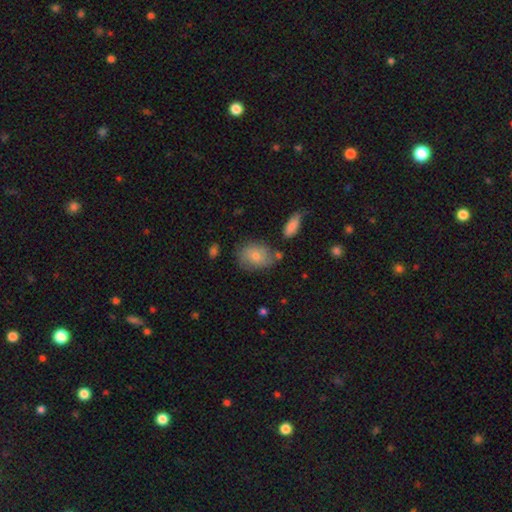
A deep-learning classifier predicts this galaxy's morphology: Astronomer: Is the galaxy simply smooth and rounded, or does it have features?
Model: smooth — 66%.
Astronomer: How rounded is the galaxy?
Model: in between — 54% (runner-up: round, 44%).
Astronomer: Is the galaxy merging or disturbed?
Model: none — 65%.